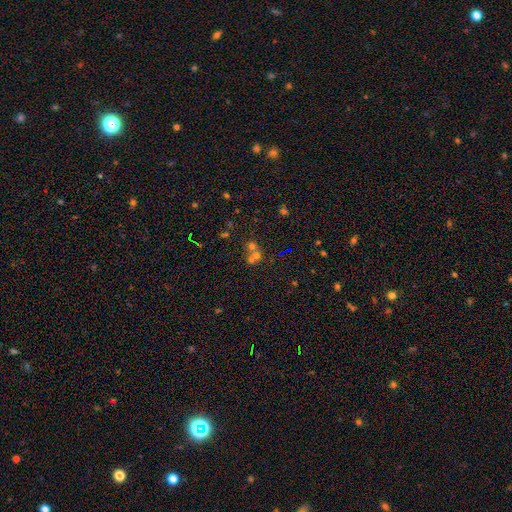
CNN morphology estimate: Q: Smooth or featured?
A: smooth (53%); runner-up: star or artifact (26%)
Q: How rounded?
A: round (82%); runner-up: in between (17%)
Q: Merging?
A: merger (53%); runner-up: none (38%)